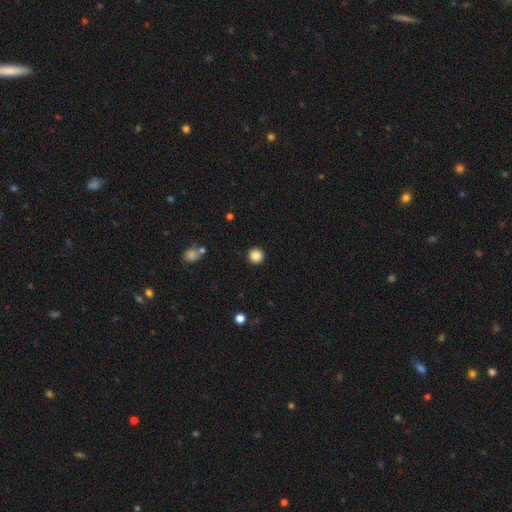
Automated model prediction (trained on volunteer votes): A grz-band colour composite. It shows a smooth galaxy with no disk features (86%) that is round (96%). Merging: none (93%).